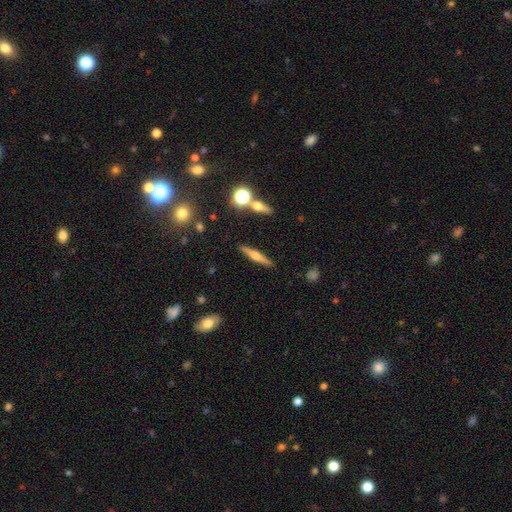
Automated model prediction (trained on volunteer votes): Q: Smooth or featured?
A: featured or disk (58%); runner-up: smooth (34%)
Q: Edge-on disk?
A: yes (96%); runner-up: no (4%)
Q: Edge-on bulge?
A: rounded (78%); runner-up: boxy (14%)
Q: Merging?
A: none (88%); runner-up: minor disturbance (7%)